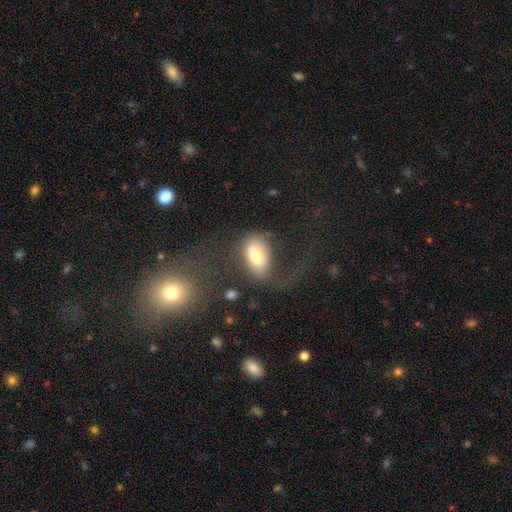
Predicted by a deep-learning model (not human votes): This appears to be a smooth galaxy with no disk features (66%) that is in between round and cigar-shaped (90%). Merging: major disturbance (44%).